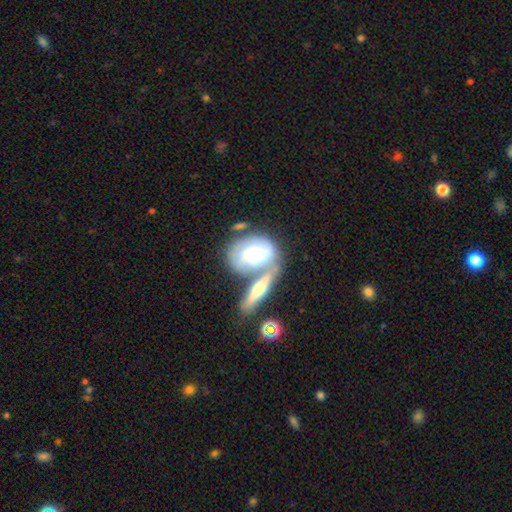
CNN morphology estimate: Smooth or featured?
  - featured or disk: 55% *
  - smooth: 38%
  - star or artifact: 7%
Edge-on disk?
  - no: 87% *
  - yes: 13%
Merging?
  - merger: 50% *
  - none: 30%
  - minor disturbance: 13%
  - major disturbance: 8%